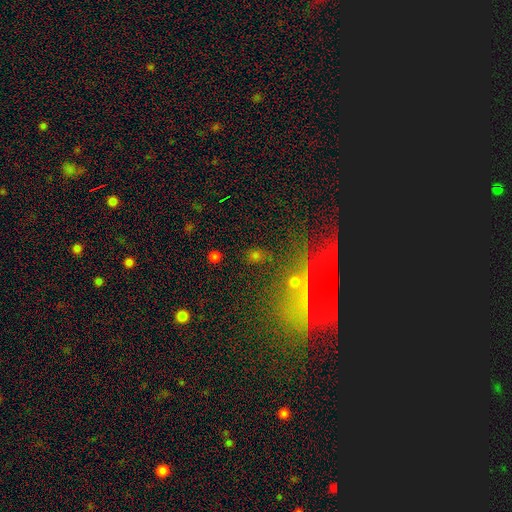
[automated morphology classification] This is possibly a smooth galaxy (50%). How rounded: possibly round (57%). Merging: likely none (78%).